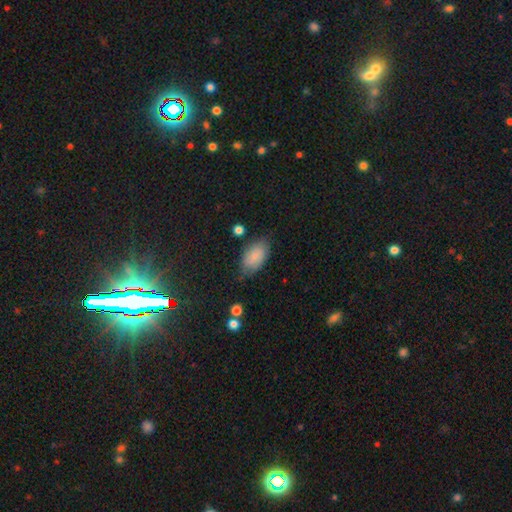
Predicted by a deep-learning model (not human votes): smooth_or_featured: smooth (p=0.81) [alt: featured or disk p=0.12]
how_rounded: in between (p=0.93) [alt: round p=0.05]
merging: none (p=0.69) [alt: minor disturbance p=0.22]